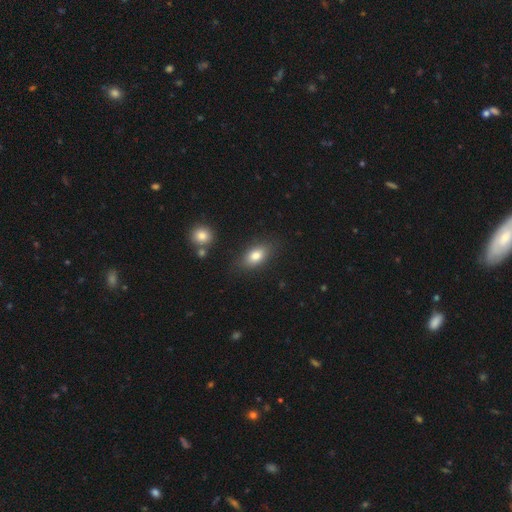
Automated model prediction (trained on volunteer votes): Q: Smooth or featured?
A: smooth (81%); runner-up: featured or disk (11%)
Q: How rounded?
A: in between (87%); runner-up: round (9%)
Q: Merging?
A: none (81%); runner-up: minor disturbance (12%)